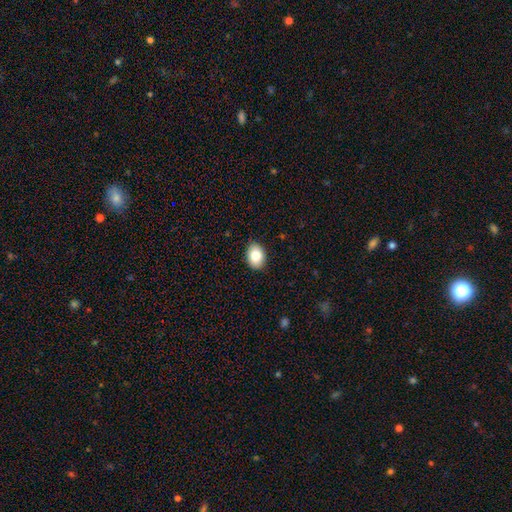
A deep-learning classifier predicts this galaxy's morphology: Smooth or featured? Predicted: smooth (p=0.84). How rounded? Predicted: in between (p=0.75). Merging? Predicted: none (p=0.89).